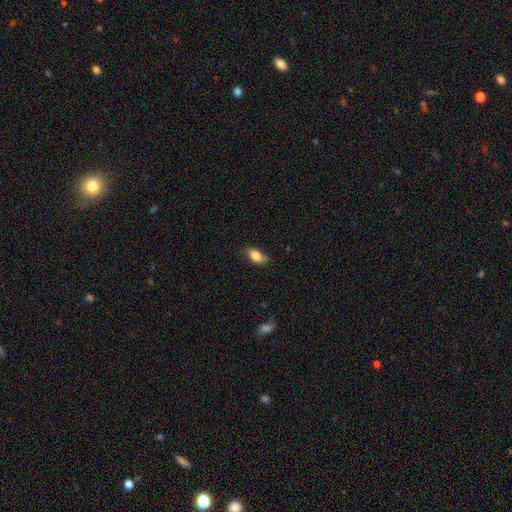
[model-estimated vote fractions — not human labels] This is clearly a smooth galaxy (80%). How rounded: clearly in between (88%). Merging: likely none (69%).